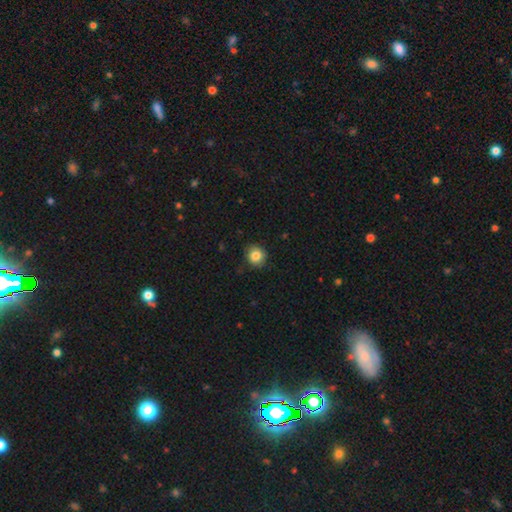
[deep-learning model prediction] A smooth galaxy with no disk features (83%) that is round (83%). Merging: none (85%).